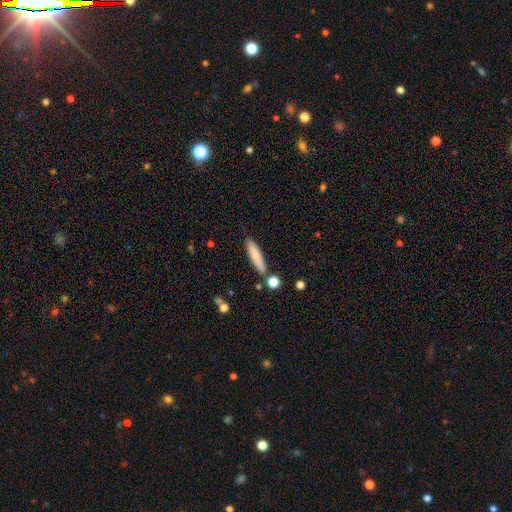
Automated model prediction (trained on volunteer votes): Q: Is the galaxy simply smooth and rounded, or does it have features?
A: smooth — 78%.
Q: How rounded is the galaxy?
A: cigar-shaped — 83%.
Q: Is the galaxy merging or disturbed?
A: none — 82%.